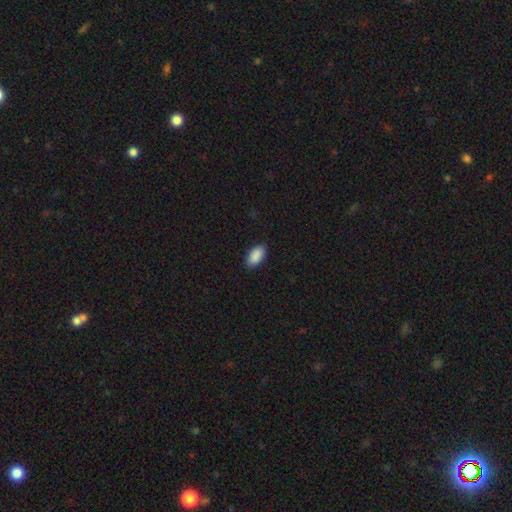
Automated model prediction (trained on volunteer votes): smooth_or_featured: smooth (p=0.91) [alt: star or artifact p=0.06]
how_rounded: in between (p=0.94) [alt: round p=0.03]
merging: none (p=0.89) [alt: minor disturbance p=0.09]